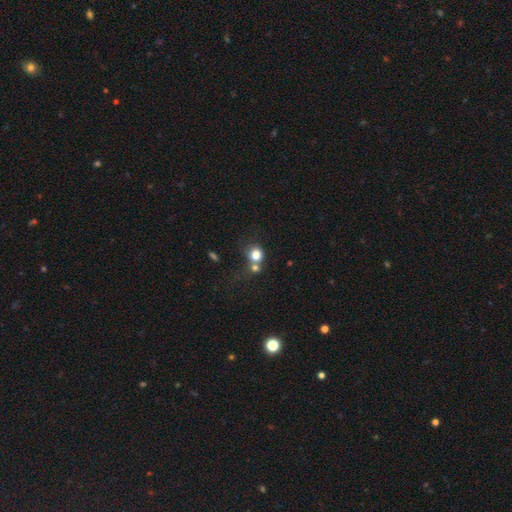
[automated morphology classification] Overall: smooth (78%). How rounded: round (79%). Merging: none (40%; merger 39%).